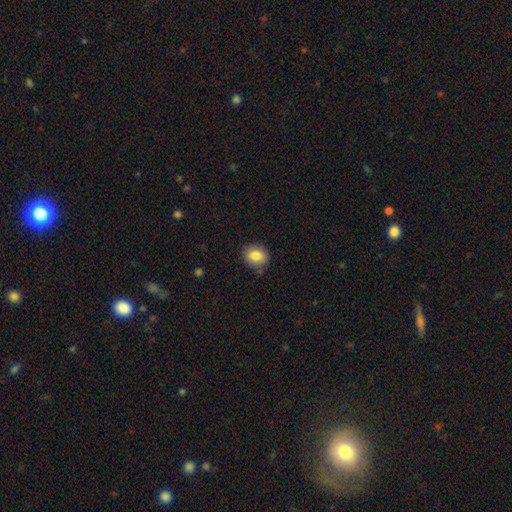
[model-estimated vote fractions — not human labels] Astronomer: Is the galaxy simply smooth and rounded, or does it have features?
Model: smooth — 83%.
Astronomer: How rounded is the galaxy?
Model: round — 66%.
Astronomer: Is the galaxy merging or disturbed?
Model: none — 86%.